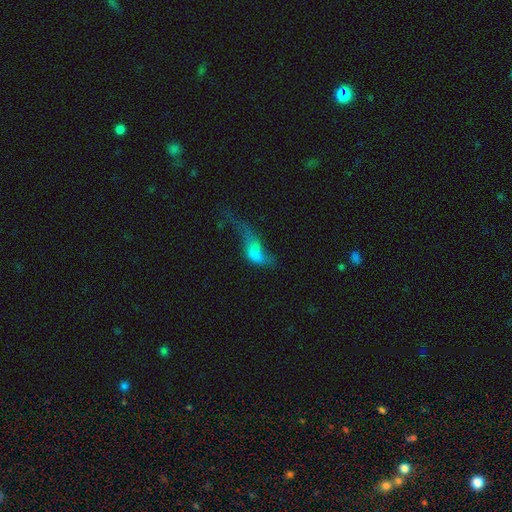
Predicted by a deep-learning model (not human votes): Q: Smooth or featured?
A: smooth (54%); runner-up: featured or disk (33%)
Q: How rounded?
A: in between (82%); runner-up: cigar-shaped (11%)
Q: Merging?
A: major disturbance (56%); runner-up: merger (18%)